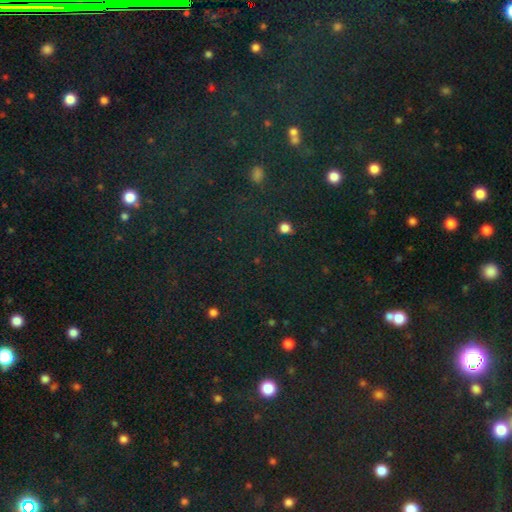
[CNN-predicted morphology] A star or artifact, not a galaxy (73%).

Vote fractions:
- Smooth or featured? star or artifact: 73% / smooth: 19% / featured or disk: 7%